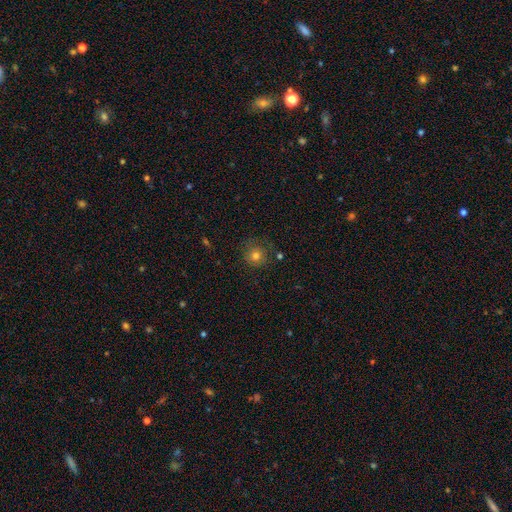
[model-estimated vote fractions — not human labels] smooth-or-featured: smooth: 77% | star or artifact: 14% | featured or disk: 9%
  how-rounded: round: 93% | in between: 6% | cigar-shaped: 1%
  merging: none: 79% | minor disturbance: 14% | major disturbance: 5% | merger: 2%